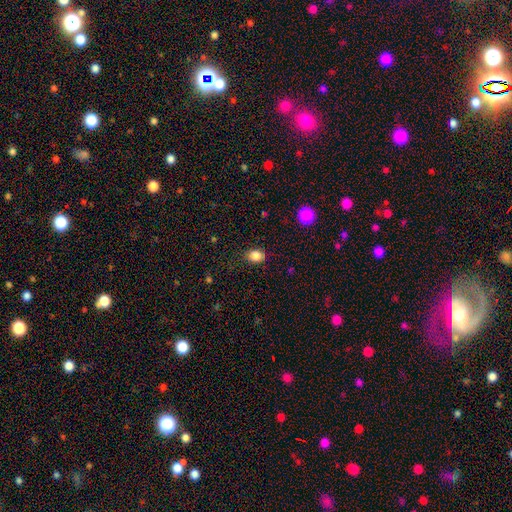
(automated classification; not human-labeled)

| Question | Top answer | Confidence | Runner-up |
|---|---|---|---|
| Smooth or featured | smooth | 85% | star or artifact (10%) |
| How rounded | in between | 57% | round (42%) |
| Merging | none | 85% | minor disturbance (11%) |